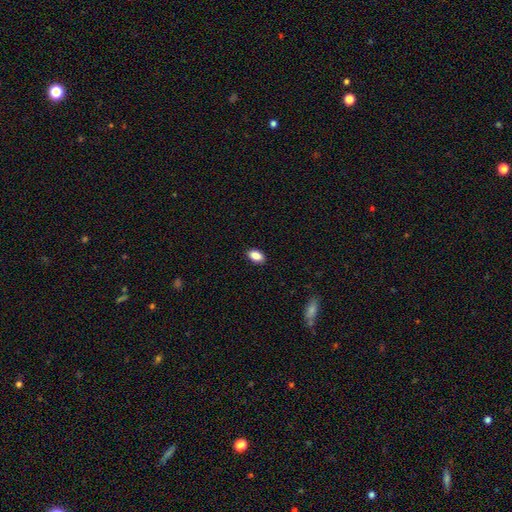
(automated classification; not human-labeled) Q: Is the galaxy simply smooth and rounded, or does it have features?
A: smooth — 88%.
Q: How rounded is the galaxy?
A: in between — 90%.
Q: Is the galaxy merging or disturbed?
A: none — 89%.